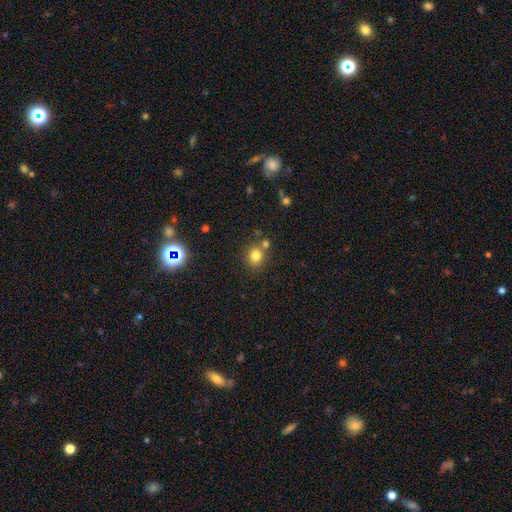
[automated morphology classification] This is likely a smooth galaxy (80%). How rounded: clearly round (84%). Merging: likely none (70%).